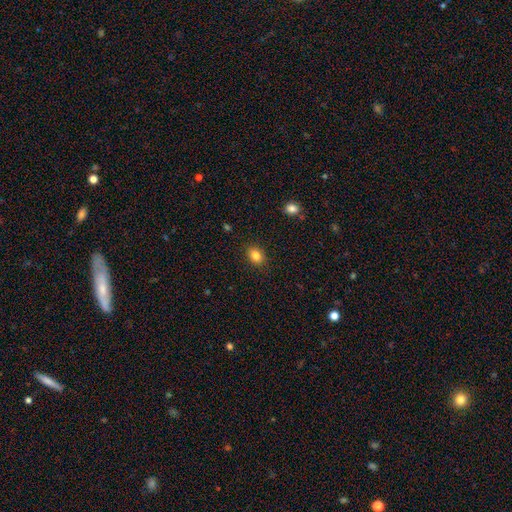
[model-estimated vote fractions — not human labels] smooth-or-featured: smooth: 83% | star or artifact: 10% | featured or disk: 7%
  how-rounded: in between: 62% | round: 37% | cigar-shaped: 1%
  merging: none: 88% | minor disturbance: 8% | major disturbance: 2% | merger: 1%